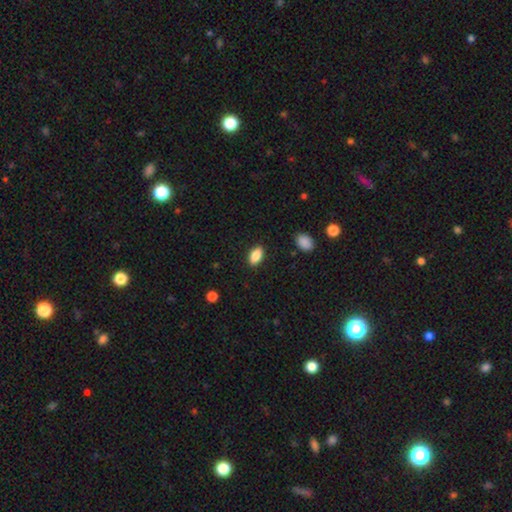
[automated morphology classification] The model was most divided on "smooth or featured": smooth: 86%, star or artifact: 8%, featured or disk: 6%. More confident: how rounded — in between (91%); merging — none (88%).